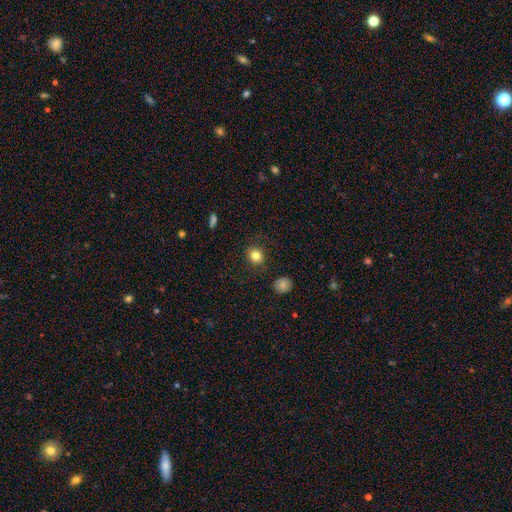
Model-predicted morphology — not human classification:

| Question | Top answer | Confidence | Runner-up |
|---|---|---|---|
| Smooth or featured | smooth | 82% | star or artifact (11%) |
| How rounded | round | 74% | in between (25%) |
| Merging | none | 86% | minor disturbance (9%) |